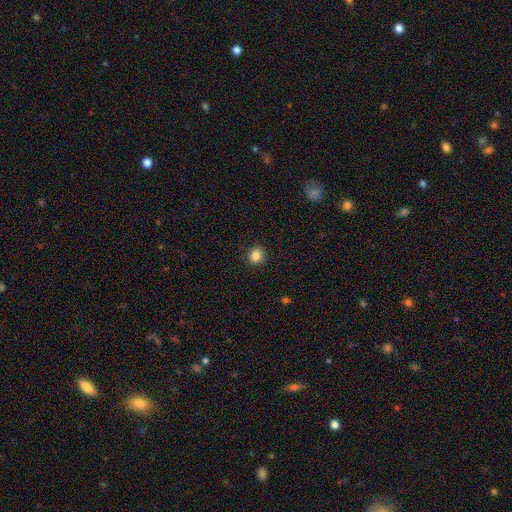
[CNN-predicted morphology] Smooth or featured? Predicted: smooth (p=0.84). How rounded? Predicted: round (p=0.82). Merging? Predicted: none (p=0.91).